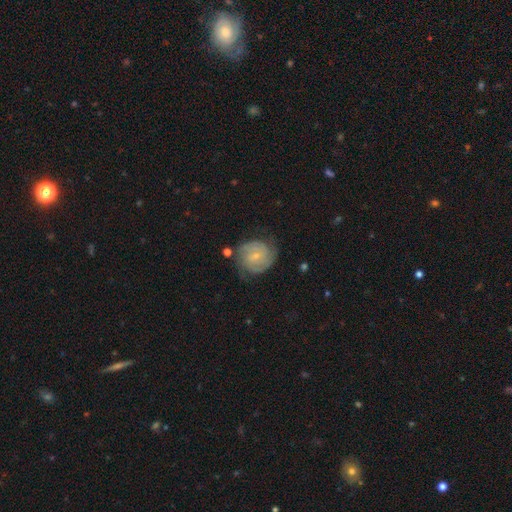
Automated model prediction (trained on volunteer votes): Overall: featured or disk (72%). Edge-on disk: no (98%). Bar: no (59%; weak 36%). Spiral arms: yes (92%). Spiral arm count: 2 (43%; can't tell 29%). Spiral winding: tight (63%; medium 29%). Bulge size: small (76%). Merging: none (67%).